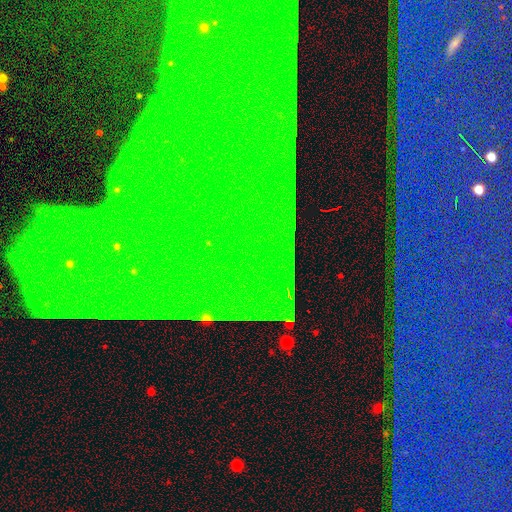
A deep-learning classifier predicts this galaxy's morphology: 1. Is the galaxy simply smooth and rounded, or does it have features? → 86% star or artifact, 8% featured or disk, 6% smooth.